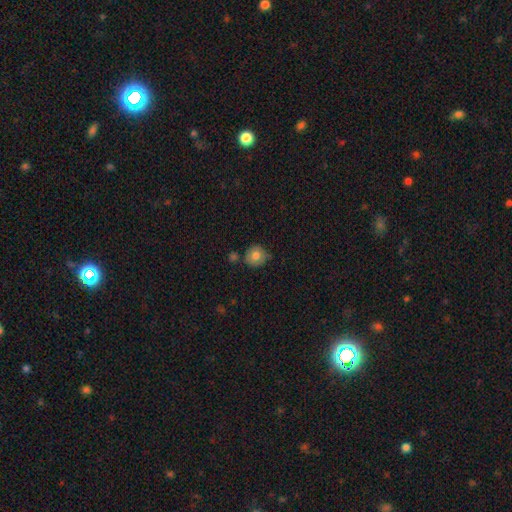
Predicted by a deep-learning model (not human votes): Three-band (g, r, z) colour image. It shows a smooth galaxy with no disk features (77%) that is round (88%). Merging: none (71%).